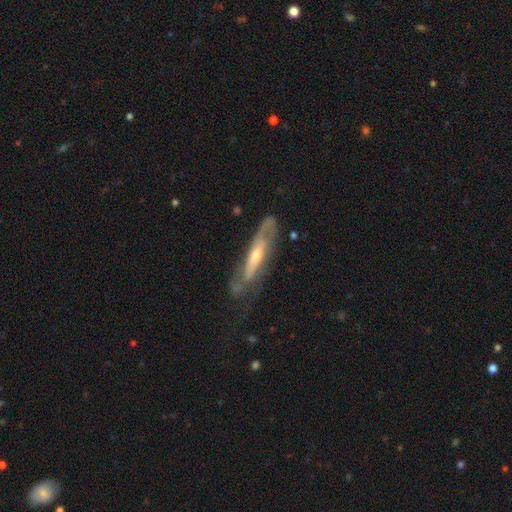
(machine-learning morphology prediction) This is likely a featured or disk galaxy (68%). It is possibly viewed edge-on (52%). Merging: possibly none (53%).